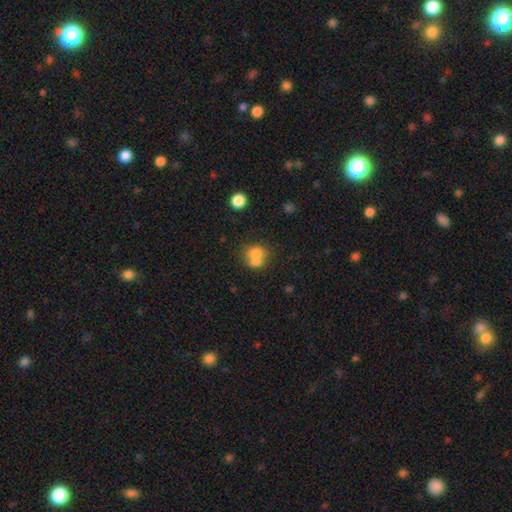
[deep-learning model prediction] smooth 72%, featured or disk 17%, star or artifact 12%. Down the decision tree: how rounded — round (68%); merging — merger (57%).